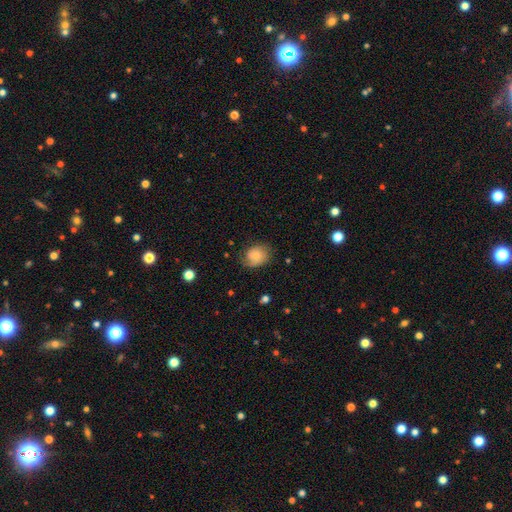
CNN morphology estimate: smooth_or_featured: smooth (p=0.60) [alt: featured or disk p=0.31]
how_rounded: in between (p=0.55) [alt: round p=0.44]
merging: none (p=0.66) [alt: minor disturbance p=0.24]